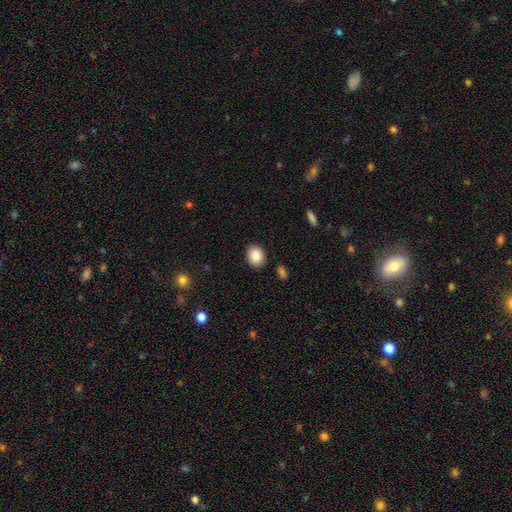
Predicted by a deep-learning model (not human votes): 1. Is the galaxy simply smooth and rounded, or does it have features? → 87% smooth, 8% star or artifact, 5% featured or disk.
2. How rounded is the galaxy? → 53% in between, 46% round, 1% cigar-shaped.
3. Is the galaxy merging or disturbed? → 88% none, 8% minor disturbance, 2% major disturbance, 2% merger.